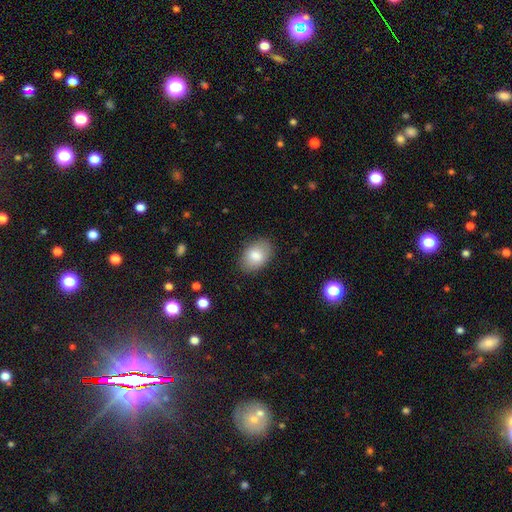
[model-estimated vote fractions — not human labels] The model was most divided on "how rounded": in between: 85%, round: 14%, cigar-shaped: 1%. More confident: merging — none (84%); smooth or featured — smooth (83%).